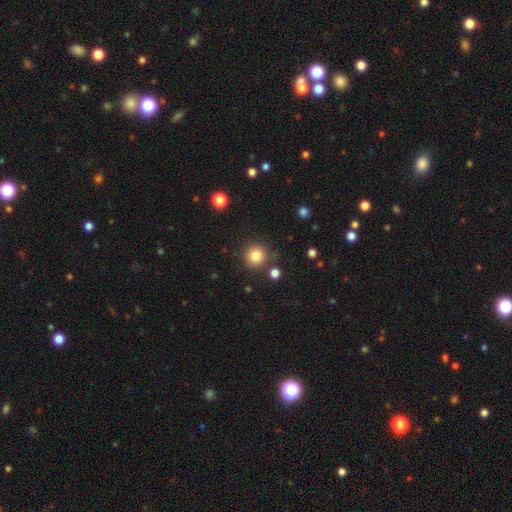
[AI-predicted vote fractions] A smooth galaxy with no disk features (84%) that is round (93%).

Vote fractions:
- Smooth or featured? smooth: 84% / star or artifact: 11% / featured or disk: 5%
- How rounded? round: 93% / in between: 6% / cigar-shaped: 1%
- Merging? none: 84% / minor disturbance: 8% / merger: 4% / major disturbance: 3%